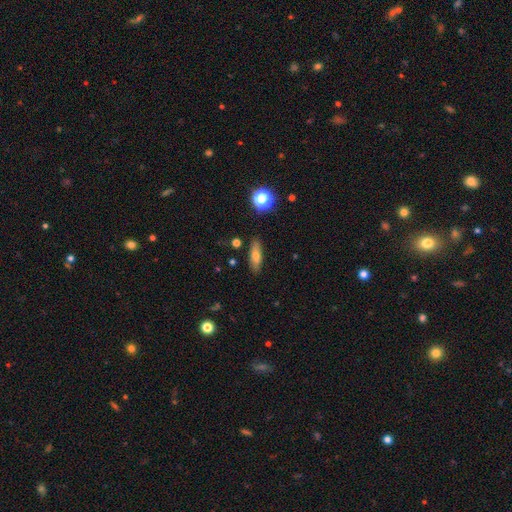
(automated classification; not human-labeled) A smooth galaxy with no disk features (69%) that is cigar-shaped (49%).

Vote fractions:
- Smooth or featured? smooth: 69% / featured or disk: 21% / star or artifact: 10%
- How rounded? cigar-shaped: 49% / in between: 46% / round: 5%
- Merging? none: 87% / minor disturbance: 9% / major disturbance: 2% / merger: 2%